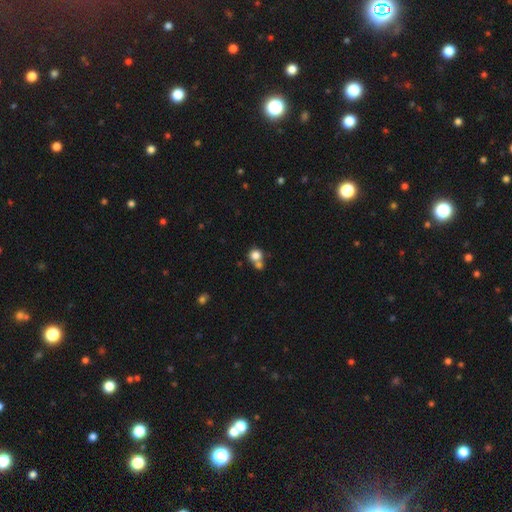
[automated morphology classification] Smooth or featured? Predicted: smooth (p=0.80). How rounded? Predicted: round (p=0.85). Merging? Predicted: none (p=0.46).